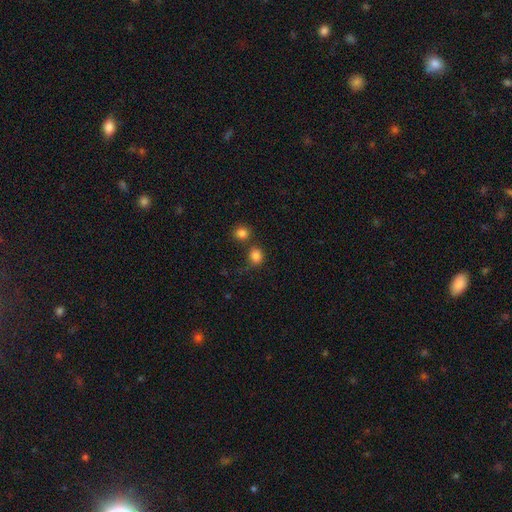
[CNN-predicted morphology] smooth-or-featured: smooth: 82% | star or artifact: 13% | featured or disk: 5%
  how-rounded: round: 72% | in between: 27% | cigar-shaped: 1%
  merging: none: 59% | merger: 23% | minor disturbance: 13% | major disturbance: 6%